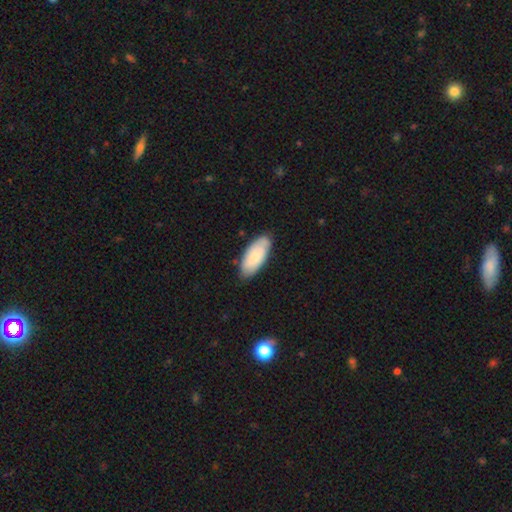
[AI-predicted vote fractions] Overall: smooth (73%). How rounded: in between (87%). Merging: none (78%).